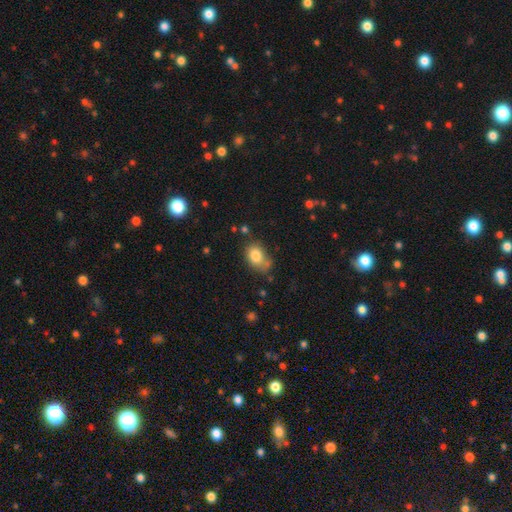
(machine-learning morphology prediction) Smooth or featured? Predicted: smooth (p=0.81). How rounded? Predicted: in between (p=0.72). Merging? Predicted: none (p=0.53).